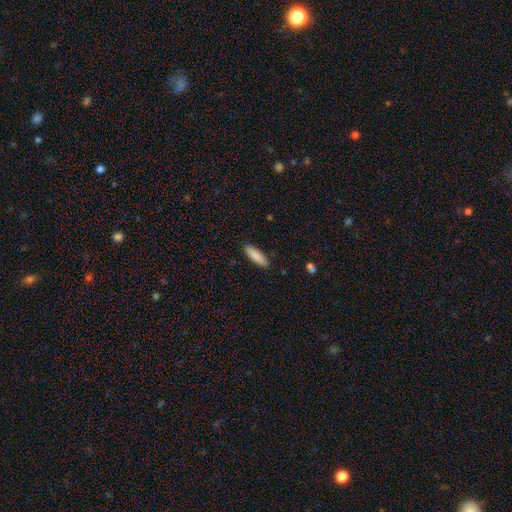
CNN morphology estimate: This is clearly a smooth galaxy (88%). How rounded: possibly cigar-shaped (53%). Merging: clearly none (89%).